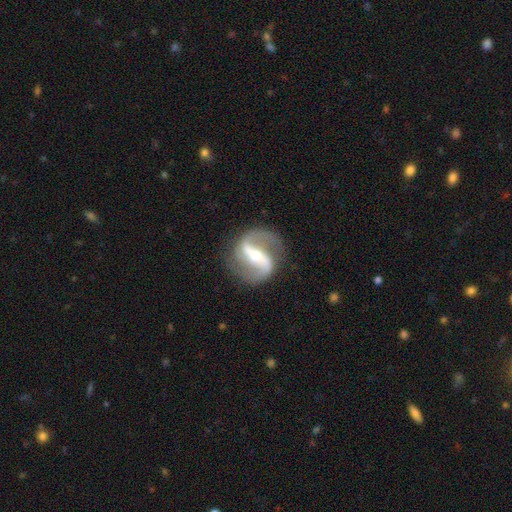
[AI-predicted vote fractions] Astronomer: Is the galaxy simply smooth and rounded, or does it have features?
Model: featured or disk — 90%.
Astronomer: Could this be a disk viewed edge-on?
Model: no — 97%.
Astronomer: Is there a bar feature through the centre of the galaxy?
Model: strong — 60%.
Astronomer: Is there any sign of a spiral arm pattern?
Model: yes — 96%.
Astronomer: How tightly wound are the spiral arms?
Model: medium — 47% (runner-up: loose, 40%).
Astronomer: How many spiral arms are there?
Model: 2 — 93%.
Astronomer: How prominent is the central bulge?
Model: moderate — 48% (runner-up: small, 47%).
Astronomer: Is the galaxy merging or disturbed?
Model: none — 82%.